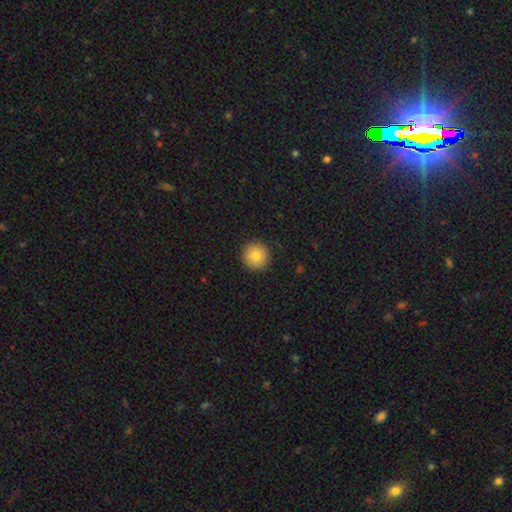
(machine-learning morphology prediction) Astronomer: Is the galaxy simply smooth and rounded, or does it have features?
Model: smooth — 84%.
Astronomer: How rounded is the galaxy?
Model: round — 95%.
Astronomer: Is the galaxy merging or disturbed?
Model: none — 92%.